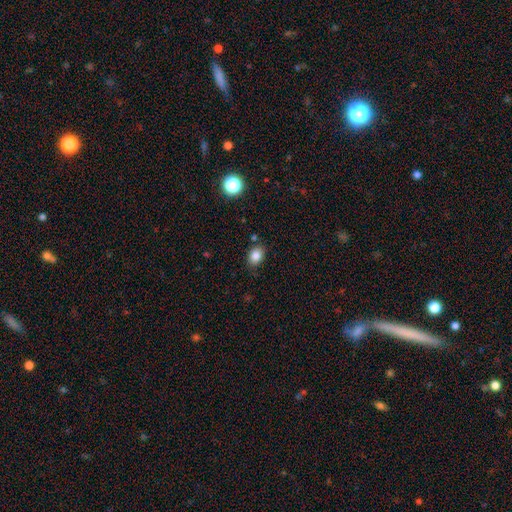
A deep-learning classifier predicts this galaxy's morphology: smooth_or_featured: smooth (p=0.83) [alt: star or artifact p=0.10]
how_rounded: in between (p=0.68) [alt: round p=0.31]
merging: none (p=0.81) [alt: minor disturbance p=0.13]